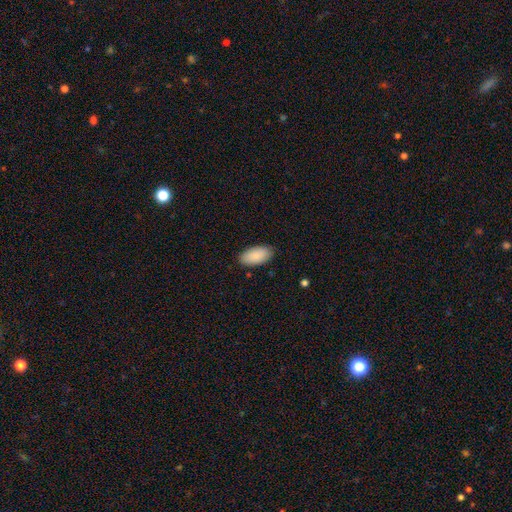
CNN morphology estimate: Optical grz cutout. It shows a smooth galaxy with no disk features (89%) that is in between round and cigar-shaped (95%). Merging: none (87%).